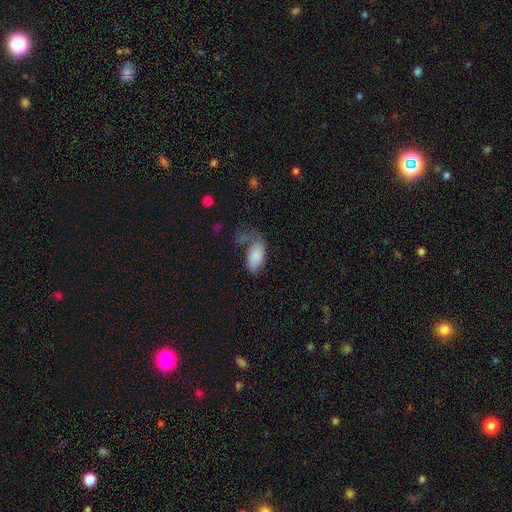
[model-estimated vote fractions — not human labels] This appears to be a smooth galaxy with no disk features (79%) that is in between round and cigar-shaped (94%). Merging: none (39%).